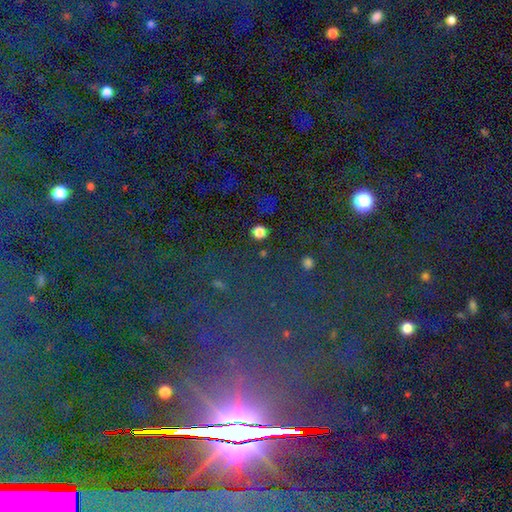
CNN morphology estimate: Smooth or featured? star or artifact (86%)